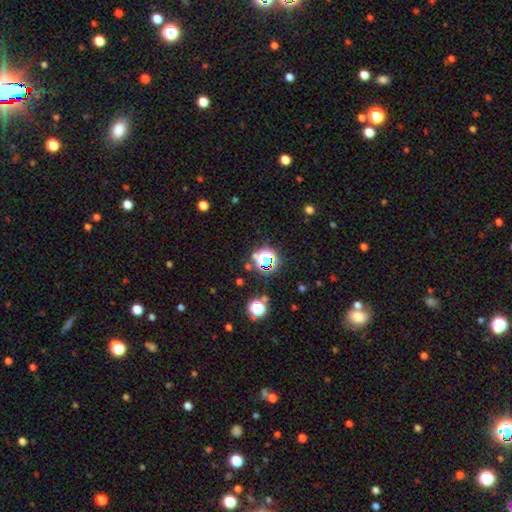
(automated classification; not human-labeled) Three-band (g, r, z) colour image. It shows a star or artifact, not a galaxy (69%).